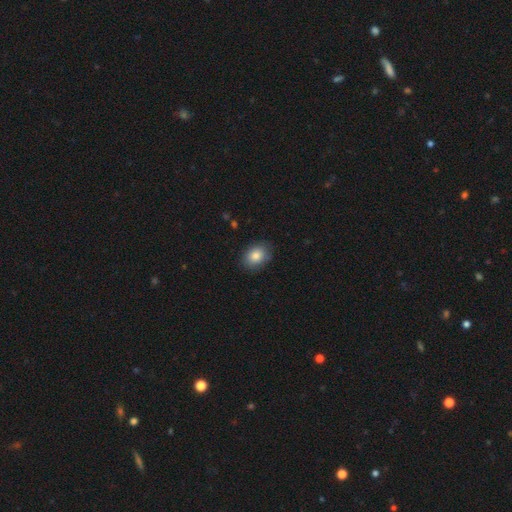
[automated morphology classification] The model was most divided on "how rounded": in between: 66%, round: 33%, cigar-shaped: 1%. More confident: merging — none (85%); smooth or featured — smooth (84%).